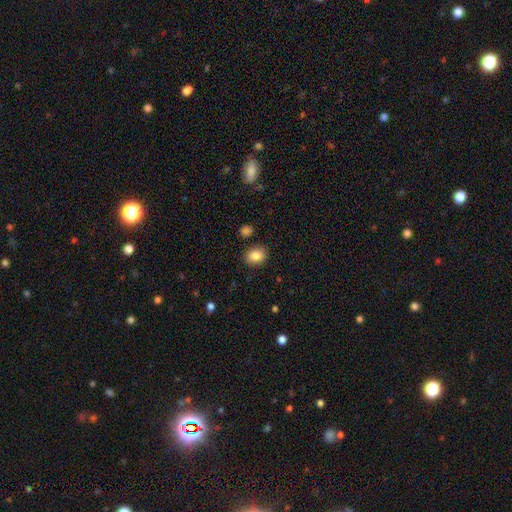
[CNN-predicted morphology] smooth 86%, star or artifact 9%, featured or disk 6%. Down the decision tree: how rounded — in between (53%); merging — none (86%).